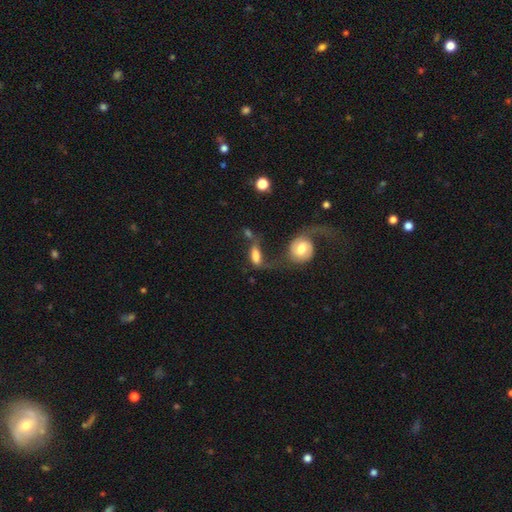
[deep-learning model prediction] Smooth or featured? Predicted: smooth (p=0.60). How rounded? Predicted: in between (p=0.78). Merging? Predicted: merger (p=0.29).